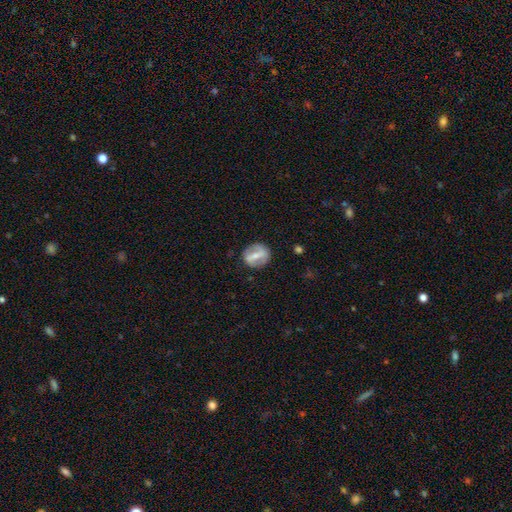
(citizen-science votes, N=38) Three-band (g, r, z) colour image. It shows a featured or disk galaxy (47%) with a strong bar (53%), no spiral arms (87%) and a moderate central bulge (53%). Merging: none (88%).